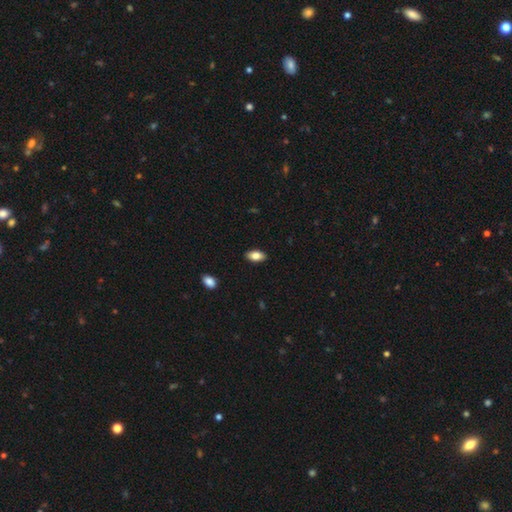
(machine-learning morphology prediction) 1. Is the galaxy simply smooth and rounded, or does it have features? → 80% smooth, 13% featured or disk, 7% star or artifact.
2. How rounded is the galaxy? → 91% in between, 6% cigar-shaped, 4% round.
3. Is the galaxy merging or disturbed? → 89% none, 8% minor disturbance, 2% major disturbance, 1% merger.